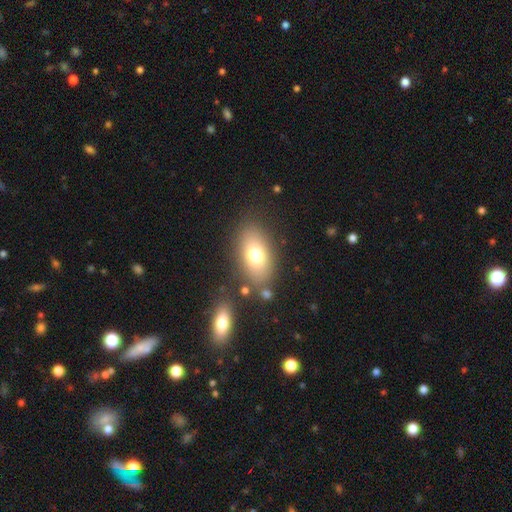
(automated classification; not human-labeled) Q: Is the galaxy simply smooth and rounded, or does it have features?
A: smooth — 74%.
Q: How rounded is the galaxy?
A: in between — 88%.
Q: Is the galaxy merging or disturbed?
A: none — 78%.